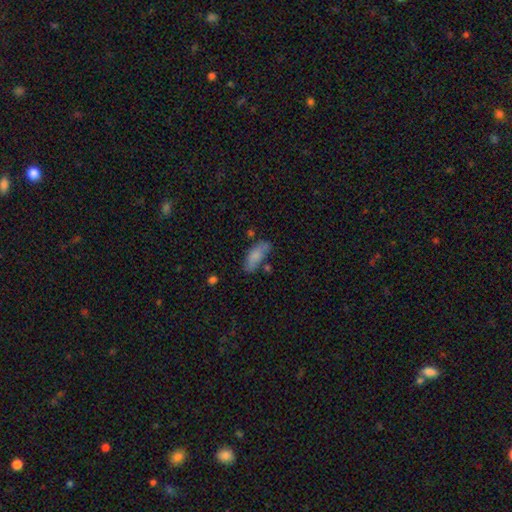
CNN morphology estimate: Smooth or featured?
  - smooth: 80% *
  - featured or disk: 13%
  - star or artifact: 7%
How rounded?
  - in between: 74% *
  - cigar-shaped: 24%
  - round: 2%
Merging?
  - none: 59% *
  - minor disturbance: 25%
  - merger: 9%
  - major disturbance: 7%